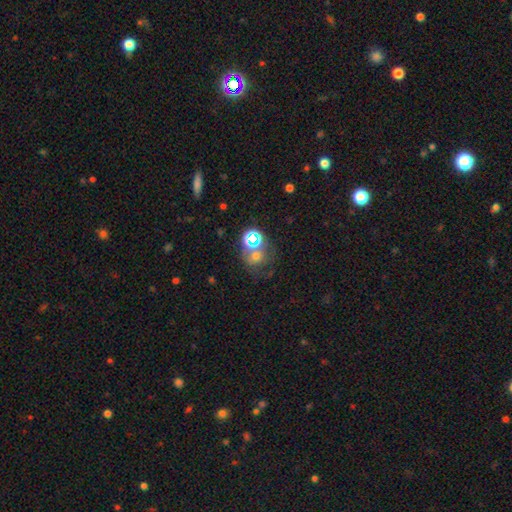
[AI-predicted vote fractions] This is possibly a smooth galaxy (50%). Merging: possibly none (45%).